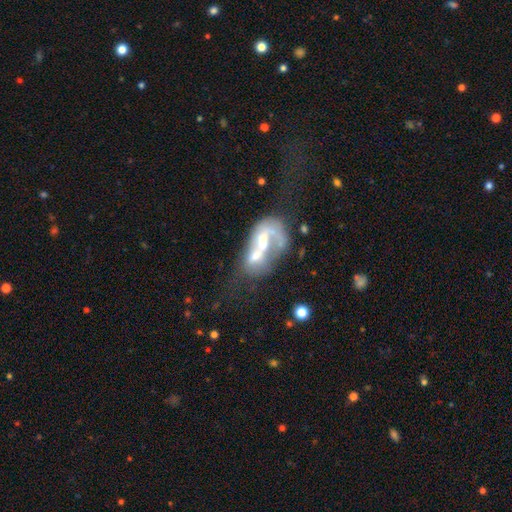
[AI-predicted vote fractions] smooth_or_featured: featured or disk (p=0.60) [alt: smooth p=0.31]
disk_edge_on: no (p=0.96) [alt: yes p=0.04]
bar: no (p=0.58) [alt: weak p=0.28]
has_spiral_arms: no (p=0.58) [alt: yes p=0.42]
bulge_size: moderate (p=0.46) [alt: none p=0.19]
merging: merger (p=0.52) [alt: major disturbance p=0.25]